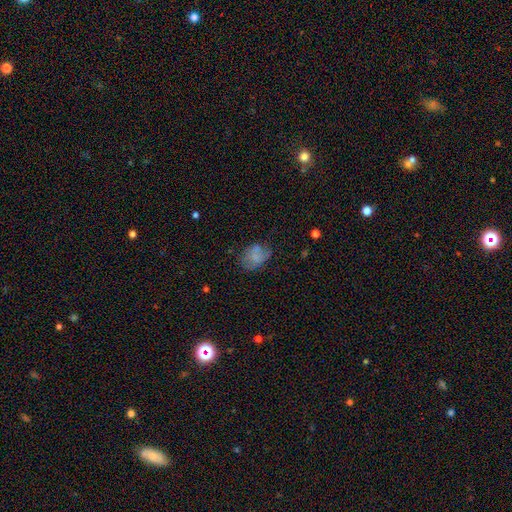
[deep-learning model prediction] smooth-or-featured: smooth: 63% | featured or disk: 26% | star or artifact: 11%
  how-rounded: in between: 70% | round: 29% | cigar-shaped: 1%
  merging: none: 47% | minor disturbance: 30% | major disturbance: 19% | merger: 5%